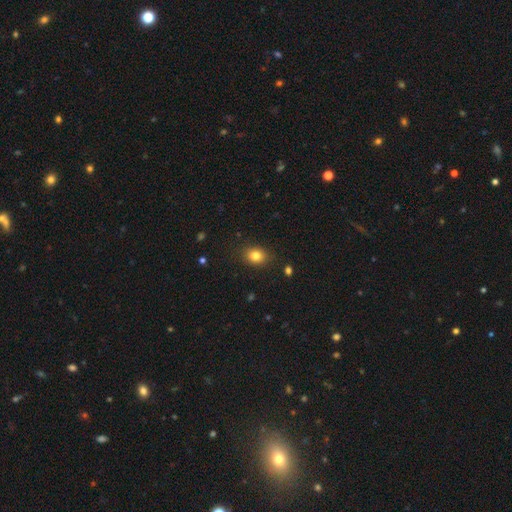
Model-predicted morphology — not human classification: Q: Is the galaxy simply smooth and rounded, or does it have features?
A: smooth — 82%.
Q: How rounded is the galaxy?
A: in between — 51%.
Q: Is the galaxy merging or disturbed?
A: none — 87%.